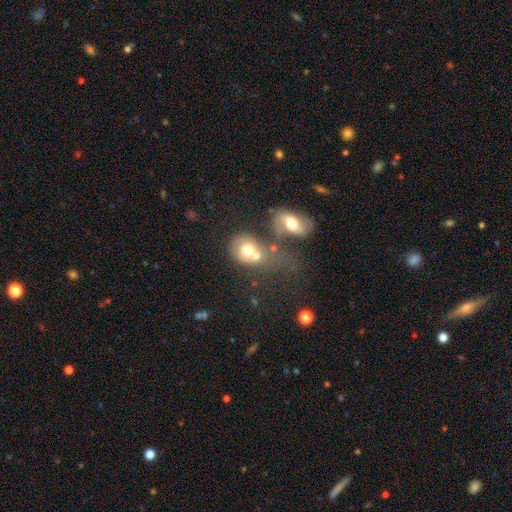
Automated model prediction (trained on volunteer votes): The model was most divided on "how rounded": round: 56%, in between: 42%, cigar-shaped: 1%. More confident: smooth or featured — smooth (61%); merging — merger (56%).